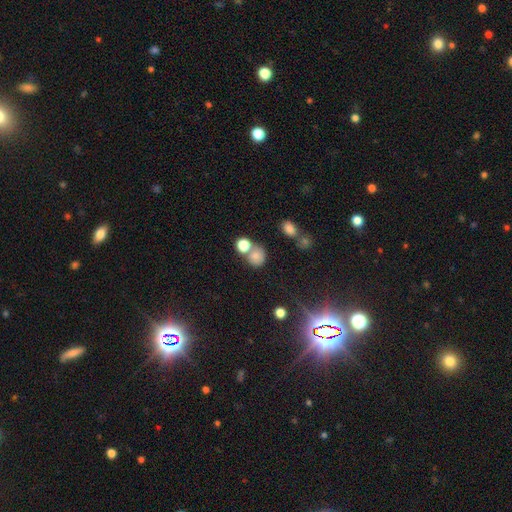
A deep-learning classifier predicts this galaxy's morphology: Q: Smooth or featured?
A: smooth (77%); runner-up: star or artifact (15%)
Q: How rounded?
A: round (79%); runner-up: in between (20%)
Q: Merging?
A: none (53%); runner-up: merger (30%)